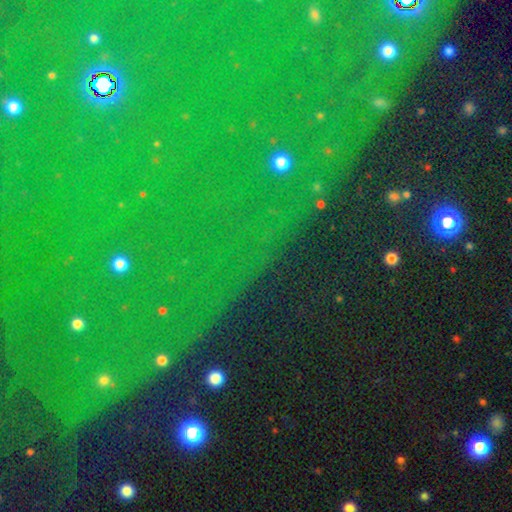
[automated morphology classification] This is likely a star or artifact rather than a galaxy (80%).